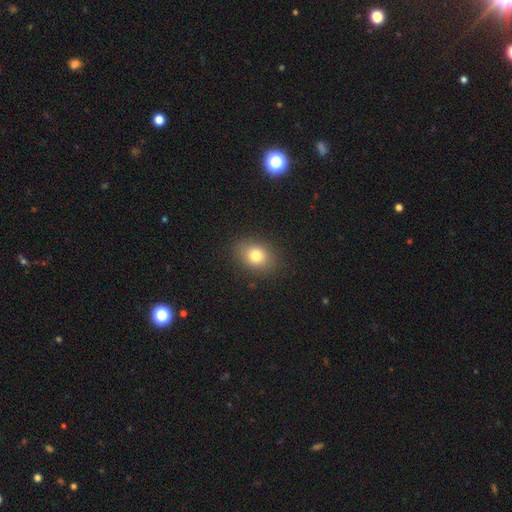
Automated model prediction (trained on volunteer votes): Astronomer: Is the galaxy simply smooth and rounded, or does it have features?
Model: smooth — 79%.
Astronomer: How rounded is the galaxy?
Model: in between — 60% (runner-up: round, 39%).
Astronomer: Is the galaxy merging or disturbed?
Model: none — 86%.